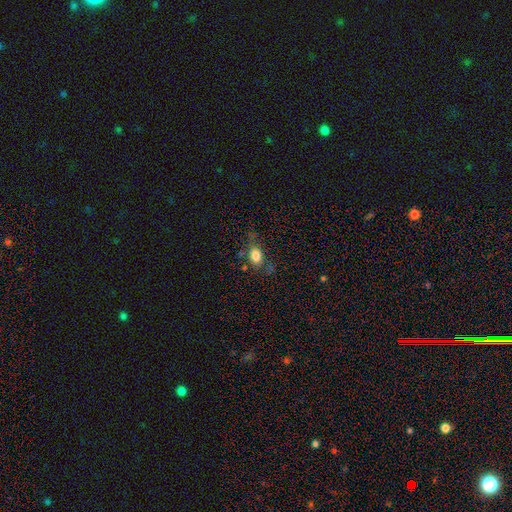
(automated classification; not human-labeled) A smooth galaxy with no disk features (79%) that is in between round and cigar-shaped (75%). Merging: none (62%).